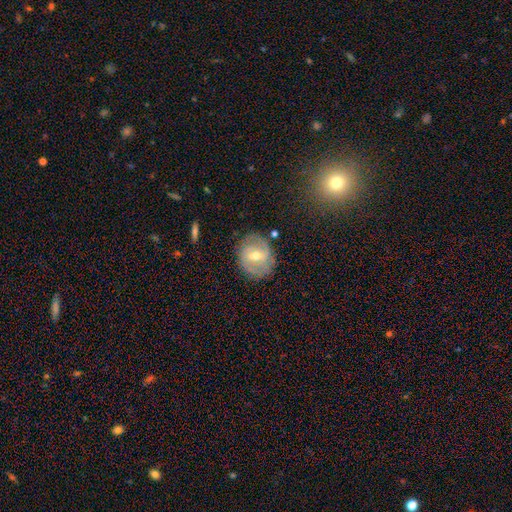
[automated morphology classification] The model was most divided on "spiral winding": tight: 48%, medium: 39%, loose: 14%. More confident: edge-on disk — no (97%); spiral arms — yes (86%); merging — none (79%); smooth or featured — featured or disk (73%); bulge size — moderate (64%); spiral arm count — 2 (64%); bar — weak (55%).